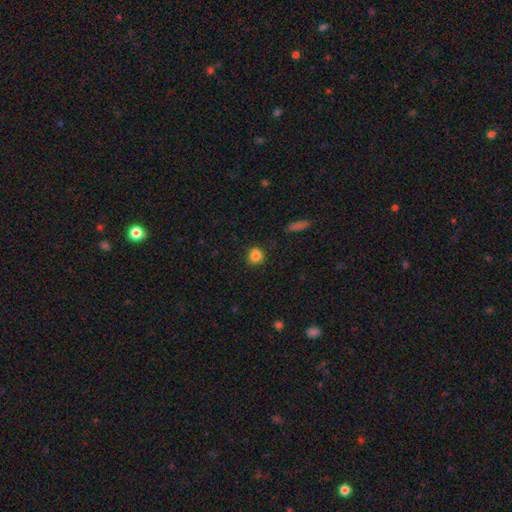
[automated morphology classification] This appears to be a smooth galaxy with no disk features (84%) that is round (87%). Merging: none (83%).